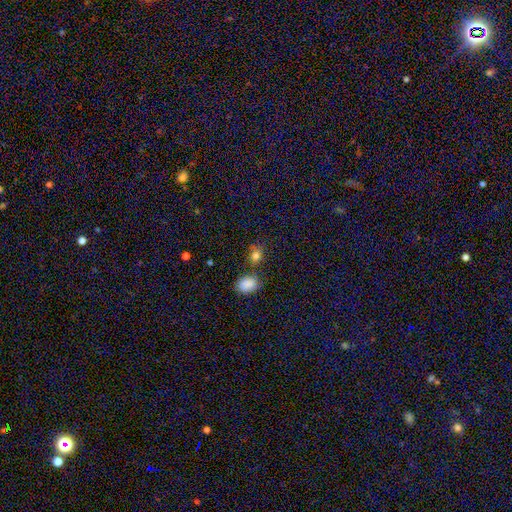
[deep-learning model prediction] Overall: smooth (82%). How rounded: in between (52%; round 47%). Merging: none (67%).